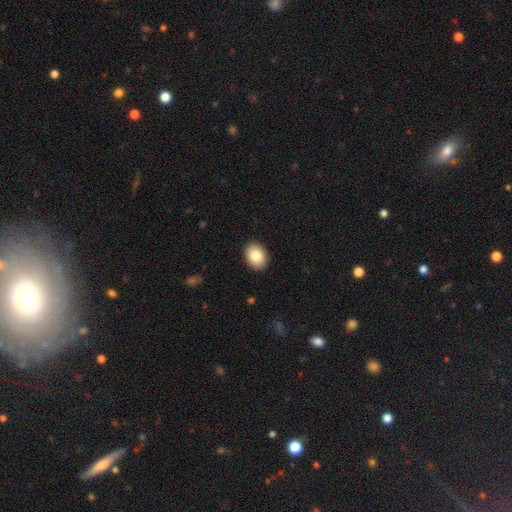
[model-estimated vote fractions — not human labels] smooth 85%, featured or disk 8%, star or artifact 7%. Down the decision tree: how rounded — in between (68%); merging — none (91%).